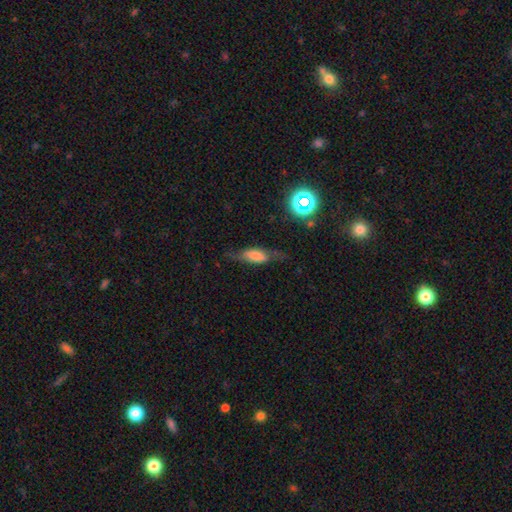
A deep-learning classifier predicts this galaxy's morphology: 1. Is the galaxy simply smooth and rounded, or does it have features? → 51% smooth, 38% featured or disk, 11% star or artifact.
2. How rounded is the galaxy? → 61% in between, 34% cigar-shaped, 5% round.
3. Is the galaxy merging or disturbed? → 60% none, 24% minor disturbance, 14% major disturbance, 2% merger.